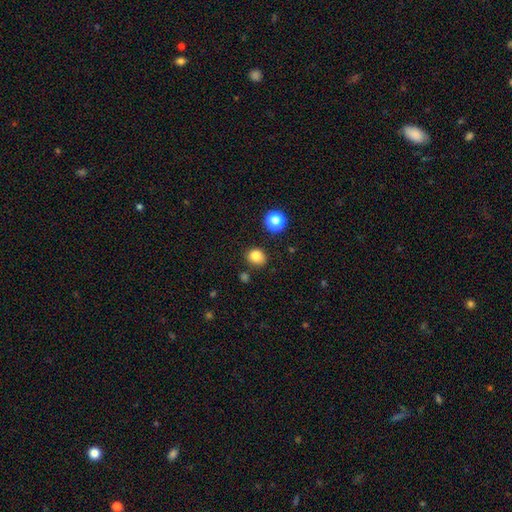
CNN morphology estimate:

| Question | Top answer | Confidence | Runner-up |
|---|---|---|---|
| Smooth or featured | smooth | 82% | star or artifact (13%) |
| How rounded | round | 68% | in between (32%) |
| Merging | none | 81% | minor disturbance (12%) |